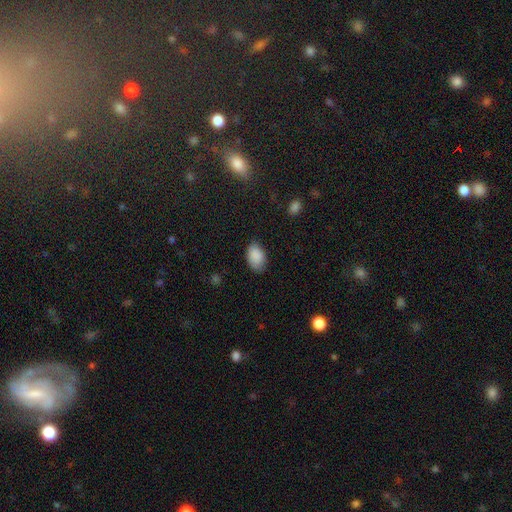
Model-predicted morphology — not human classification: A smooth galaxy with no disk features (89%) that is in between round and cigar-shaped (89%).

Vote fractions:
- Smooth or featured? smooth: 89% / star or artifact: 7% / featured or disk: 4%
- How rounded? in between: 89% / round: 10% / cigar-shaped: 1%
- Merging? none: 76% / minor disturbance: 19% / major disturbance: 4% / merger: 1%